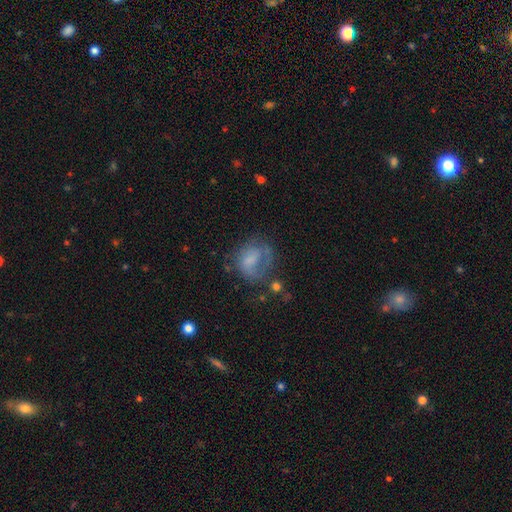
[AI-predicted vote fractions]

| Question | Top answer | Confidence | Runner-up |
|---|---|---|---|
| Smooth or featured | smooth | 47% | featured or disk (41%) |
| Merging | none | 41% | major disturbance (30%) |